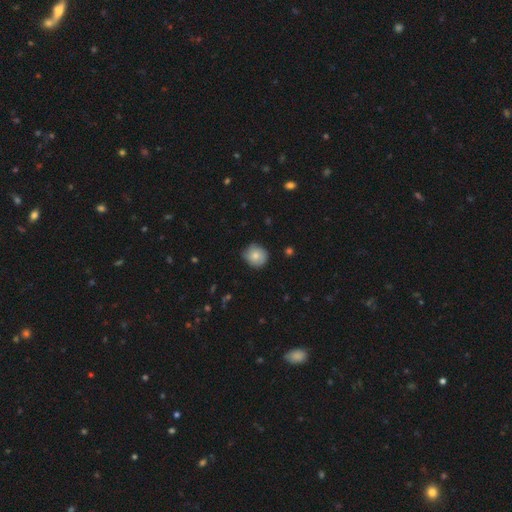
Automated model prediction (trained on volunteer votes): Smooth or featured: smooth — 76% (featured or disk — 16%)
How rounded: round — 88% (in between — 11%)
Merging: none — 77% (minor disturbance — 19%)